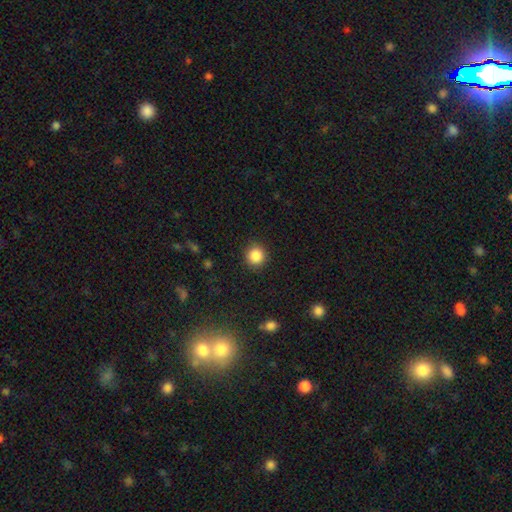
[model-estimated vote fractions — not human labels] The model was most divided on "smooth or featured": smooth: 86%, star or artifact: 11%, featured or disk: 4%. More confident: how rounded — round (93%); merging — none (90%).